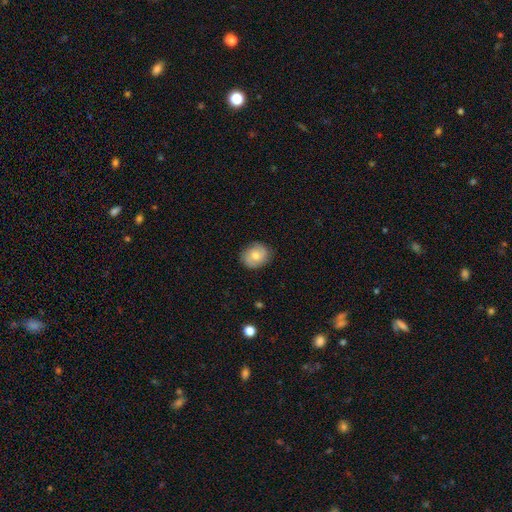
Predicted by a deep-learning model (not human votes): smooth_or_featured: smooth (p=0.72) [alt: featured or disk p=0.21]
how_rounded: round (p=0.57) [alt: in between p=0.42]
merging: none (p=0.84) [alt: minor disturbance p=0.13]